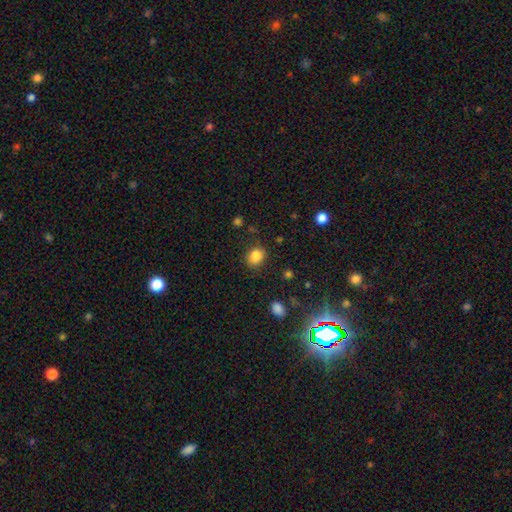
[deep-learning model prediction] Overall: smooth (85%). How rounded: round (52%; in between 47%). Merging: none (83%).